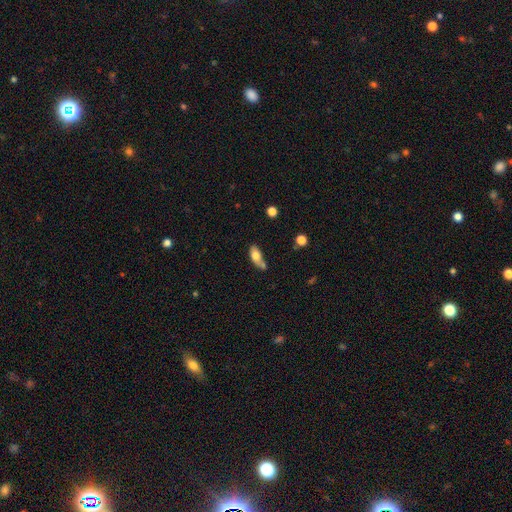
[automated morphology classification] This is likely a smooth galaxy (72%). How rounded: clearly in between (80%). Merging: marginally none (38%).